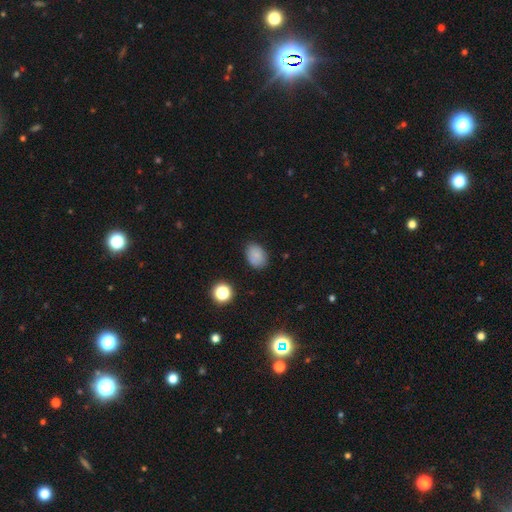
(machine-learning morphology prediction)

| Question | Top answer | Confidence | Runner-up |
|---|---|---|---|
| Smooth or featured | smooth | 81% | star or artifact (11%) |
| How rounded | in between | 78% | round (21%) |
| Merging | none | 82% | minor disturbance (13%) |